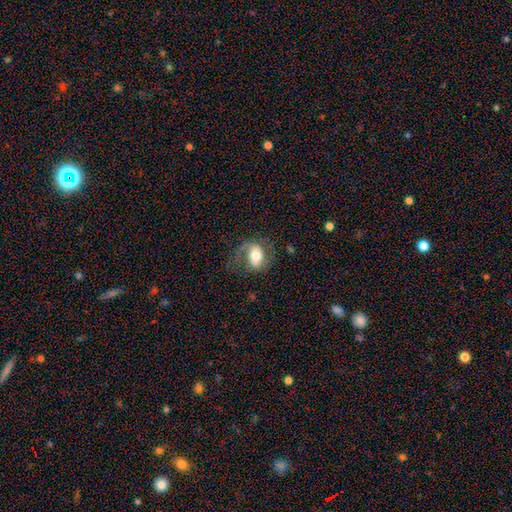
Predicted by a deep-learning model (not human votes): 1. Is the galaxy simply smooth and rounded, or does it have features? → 52% featured or disk, 40% smooth, 8% star or artifact.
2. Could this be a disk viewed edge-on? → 94% no, 6% yes.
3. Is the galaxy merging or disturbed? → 56% none, 22% minor disturbance, 20% major disturbance, 2% merger.